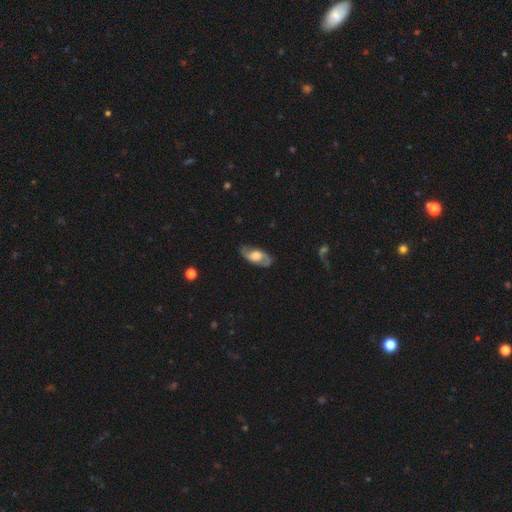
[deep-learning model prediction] smooth_or_featured: featured or disk (p=0.66) [alt: smooth p=0.28]
disk_edge_on: no (p=0.90) [alt: yes p=0.10]
bar: no (p=0.59) [alt: weak p=0.33]
has_spiral_arms: yes (p=0.87) [alt: no p=0.13]
spiral_winding: medium (p=0.46) [alt: loose p=0.34]
spiral_arm_count: 2 (p=0.87) [alt: can't tell p=0.07]
bulge_size: moderate (p=0.41) [alt: large p=0.40]
merging: none (p=0.79) [alt: minor disturbance p=0.15]